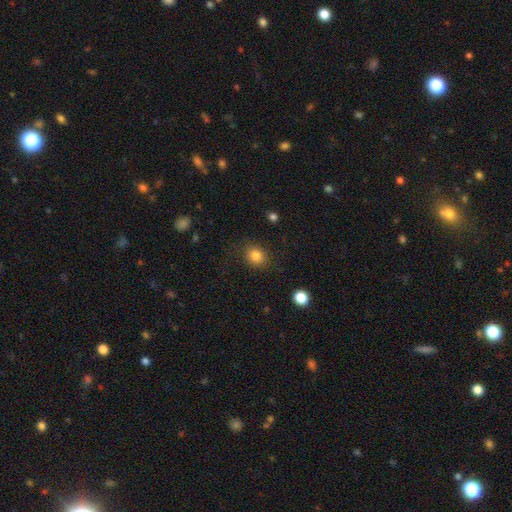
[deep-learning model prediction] Smooth or featured? smooth (83%)
How rounded? round (76%)
Merging? none (85%)